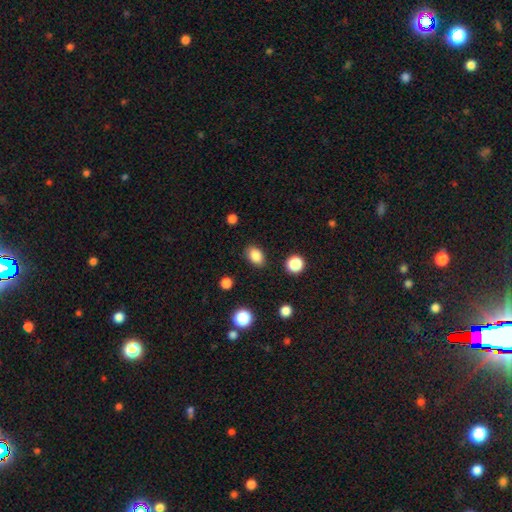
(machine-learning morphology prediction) Overall: smooth (85%). How rounded: in between (78%). Merging: none (85%).